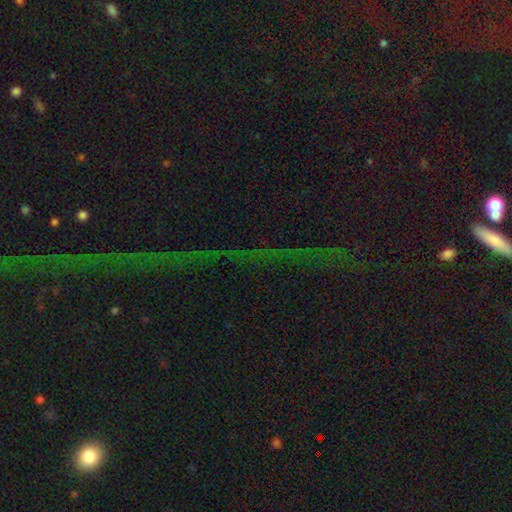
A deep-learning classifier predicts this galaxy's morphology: Smooth or featured? Predicted: star or artifact (p=0.79).